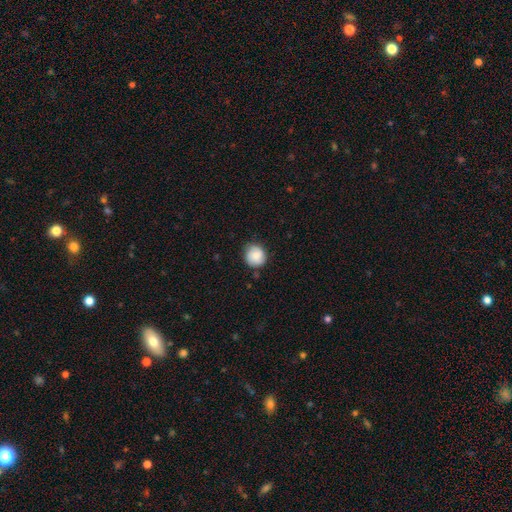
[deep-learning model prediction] This is likely a smooth galaxy (76%). How rounded: clearly round (90%). Merging: clearly none (80%).